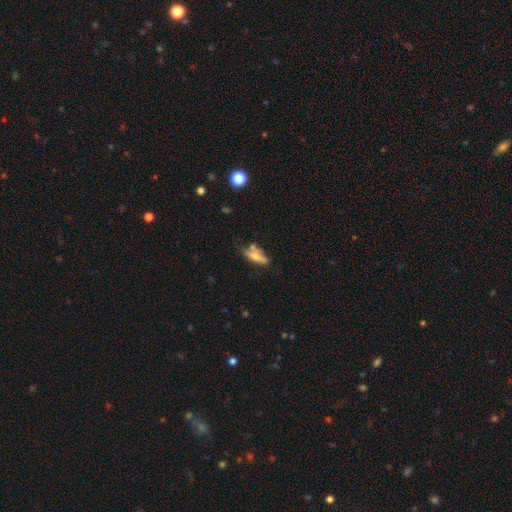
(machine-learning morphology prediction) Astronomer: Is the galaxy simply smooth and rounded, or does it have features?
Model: smooth — 58% (runner-up: featured or disk, 33%).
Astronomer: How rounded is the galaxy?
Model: cigar-shaped — 56% (runner-up: in between, 41%).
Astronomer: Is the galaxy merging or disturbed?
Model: none — 51%.